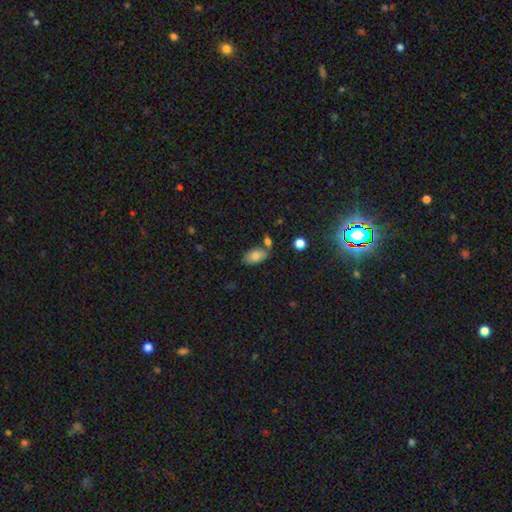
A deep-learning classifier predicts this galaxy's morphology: type=smooth (81%); roundness=in between (93%); merging=none (64%).